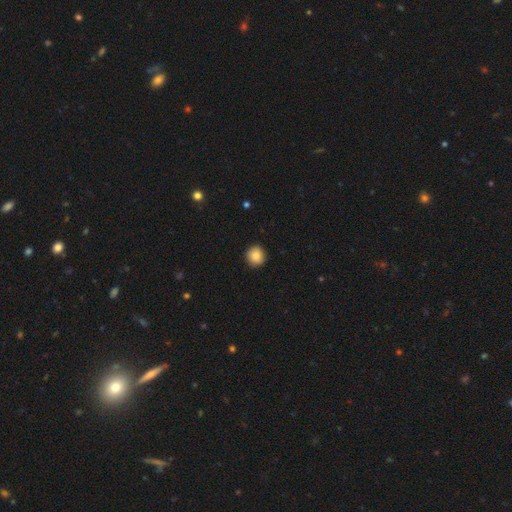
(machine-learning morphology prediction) Smooth or featured: smooth — 88% (star or artifact — 8%)
How rounded: round — 91% (in between — 8%)
Merging: none — 92% (minor disturbance — 6%)